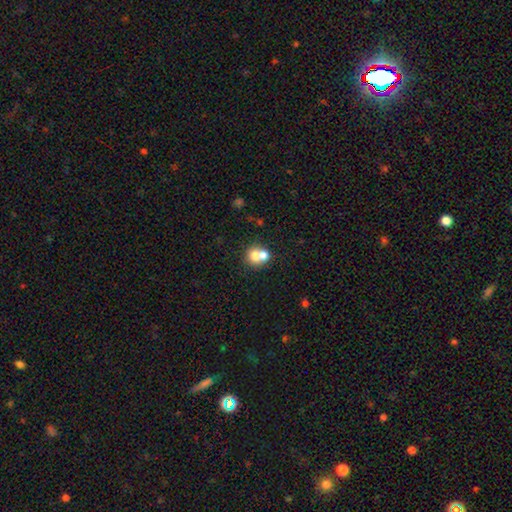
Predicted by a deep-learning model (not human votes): Overall: smooth (71%). How rounded: round (81%). Merging: merger (59%; none 33%).